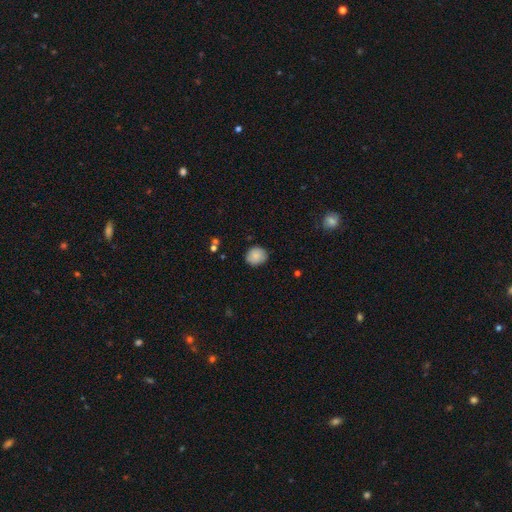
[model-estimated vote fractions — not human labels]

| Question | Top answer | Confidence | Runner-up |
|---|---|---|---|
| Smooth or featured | smooth | 84% | star or artifact (8%) |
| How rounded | round | 75% | in between (24%) |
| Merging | none | 82% | minor disturbance (14%) |